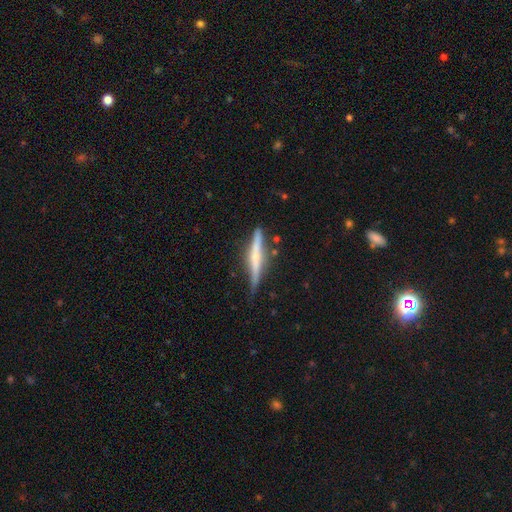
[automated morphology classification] This is likely a featured or disk galaxy (62%). It is clearly viewed edge-on (96%). Edge-on bulge: marginally none (42%, tied with rounded). Merging: likely none (76%).